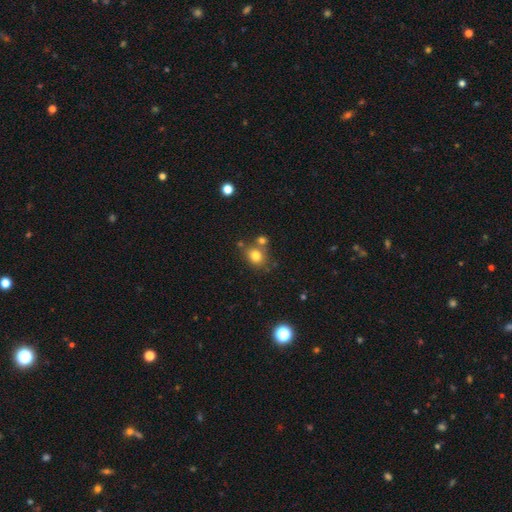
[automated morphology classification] Smooth or featured? smooth (77%)
How rounded? round (67%)
Merging? none (61%)